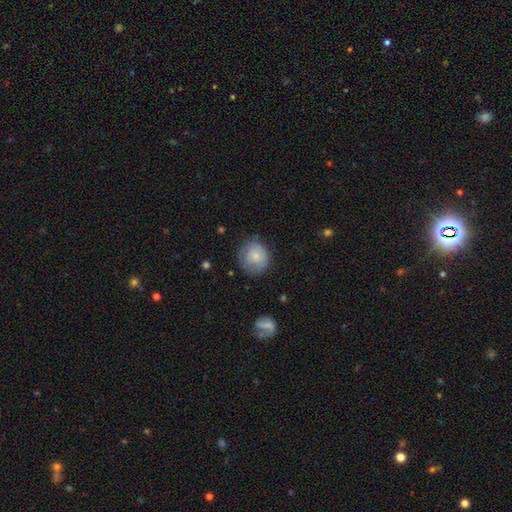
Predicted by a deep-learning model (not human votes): Smooth or featured? smooth (73%)
How rounded? round (84%)
Merging? none (68%)